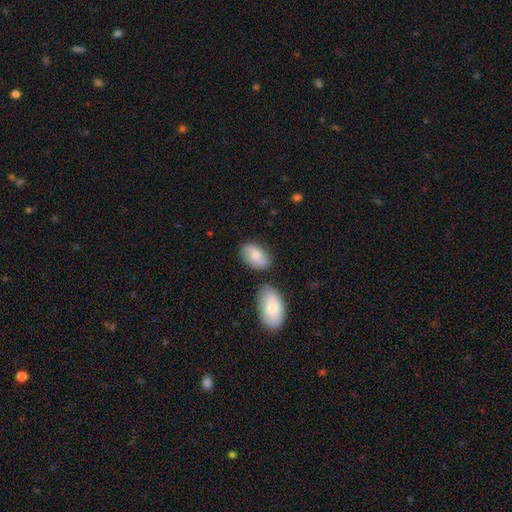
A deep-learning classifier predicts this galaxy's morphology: type=smooth (71%); roundness=in between (90%); merging=none (71%).